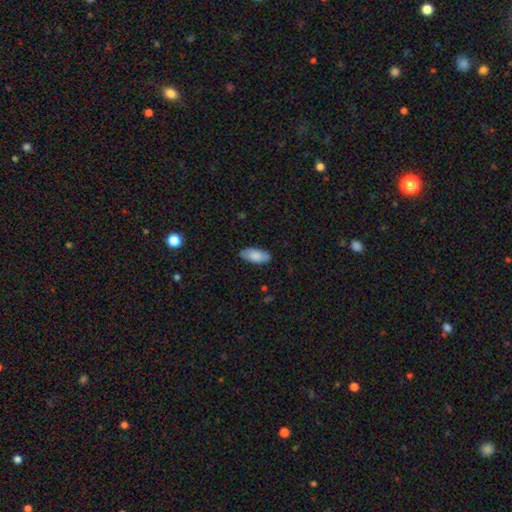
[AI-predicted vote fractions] Q: Smooth or featured?
A: smooth (85%); runner-up: featured or disk (9%)
Q: How rounded?
A: in between (90%); runner-up: cigar-shaped (8%)
Q: Merging?
A: none (86%); runner-up: minor disturbance (11%)